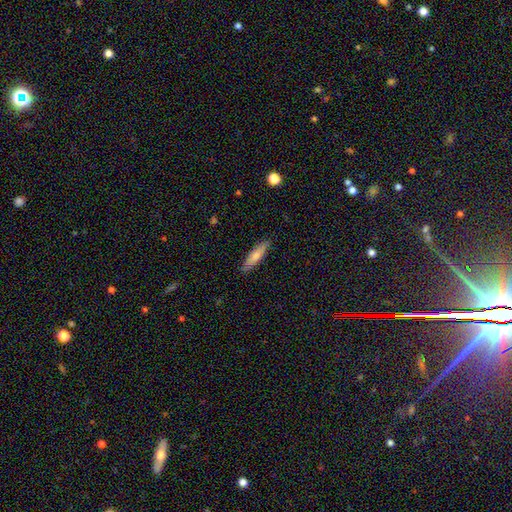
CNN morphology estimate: smooth 70%, featured or disk 24%, star or artifact 6%. Down the decision tree: how rounded — cigar-shaped (71%); merging — none (87%).